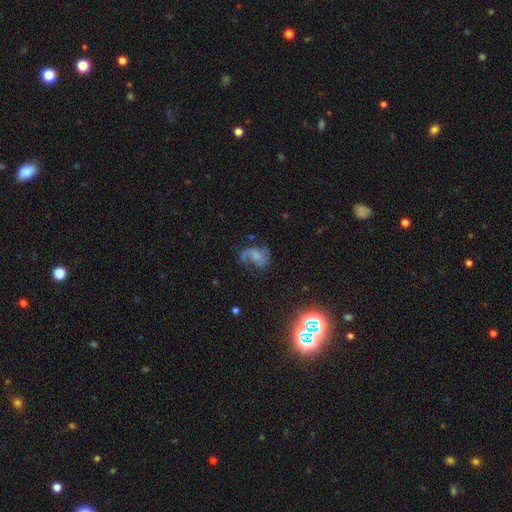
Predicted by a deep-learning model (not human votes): A featured or disk galaxy (69%) with no bar (59%), 2 (53%) loose (51%) spiral arms (89%) and no central bulge (39%).

Vote fractions:
- Smooth or featured? featured or disk: 69% / smooth: 21% / star or artifact: 11%
- Edge-on disk? no: 98% / yes: 2%
- Bar? no: 59% / weak: 34% / strong: 7%
- Spiral arms? yes: 89% / no: 11%
- Spiral winding? loose: 51% / medium: 38% / tight: 11%
- Spiral arm count? 2: 53% / 1: 38% / can't tell: 6% / 3: 2% / 4: 1% / more than 4: 1%
- Bulge size? none: 39% / small: 29% / moderate: 22% / large: 7% / dominant: 2%
- Merging? none: 45% / major disturbance: 31% / minor disturbance: 21% / merger: 3%